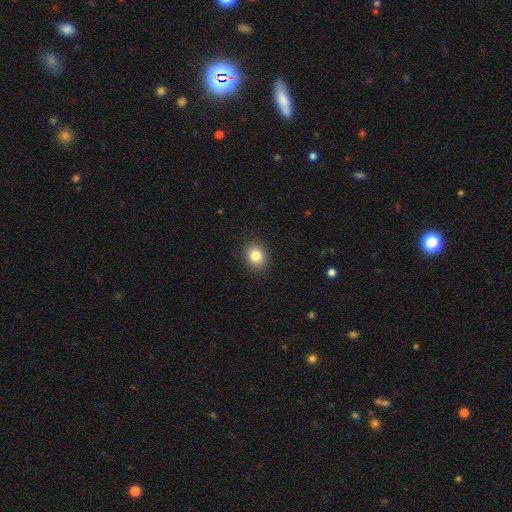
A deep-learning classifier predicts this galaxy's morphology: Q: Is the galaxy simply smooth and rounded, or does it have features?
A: smooth — 84%.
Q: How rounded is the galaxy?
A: round — 59%.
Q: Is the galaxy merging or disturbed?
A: none — 90%.